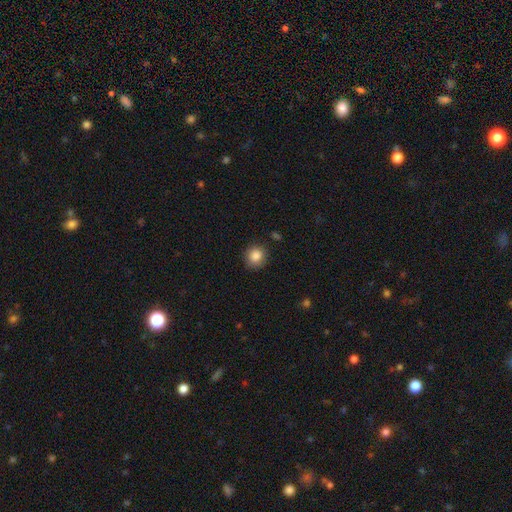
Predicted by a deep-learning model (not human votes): Smooth or featured? smooth (86%)
How rounded? round (84%)
Merging? none (86%)